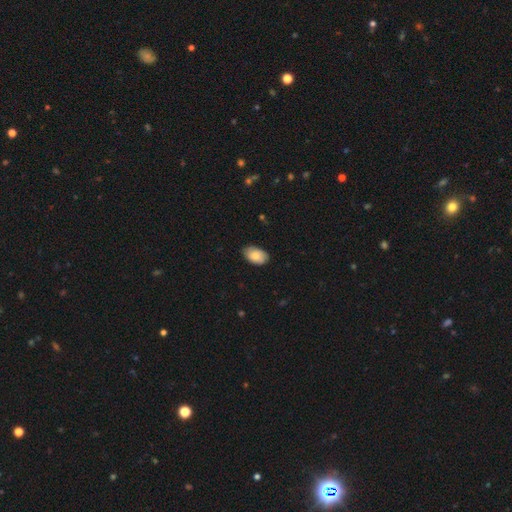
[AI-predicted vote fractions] Overall: smooth (84%). How rounded: in between (92%). Merging: none (77%).